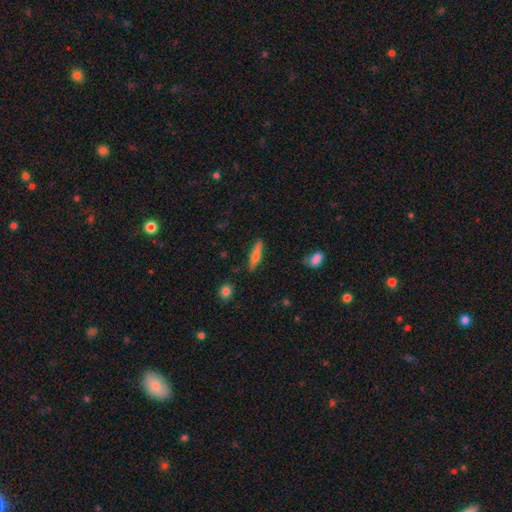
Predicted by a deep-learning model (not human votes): Q: Smooth or featured?
A: smooth (62%); runner-up: featured or disk (32%)
Q: How rounded?
A: cigar-shaped (82%); runner-up: in between (16%)
Q: Merging?
A: none (85%); runner-up: minor disturbance (11%)